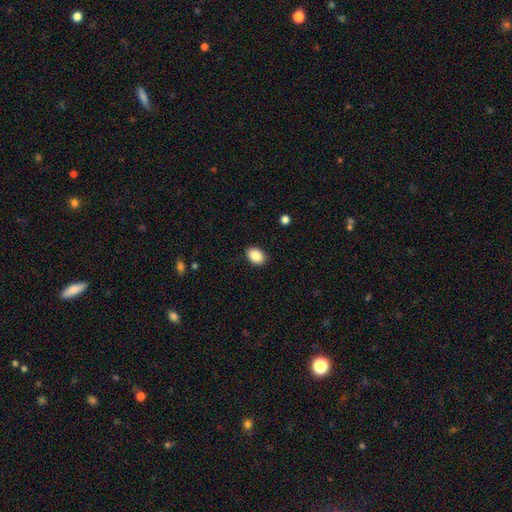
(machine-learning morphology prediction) The model was most divided on "how rounded": in between: 76%, round: 23%, cigar-shaped: 1%. More confident: merging — none (89%); smooth or featured — smooth (87%).